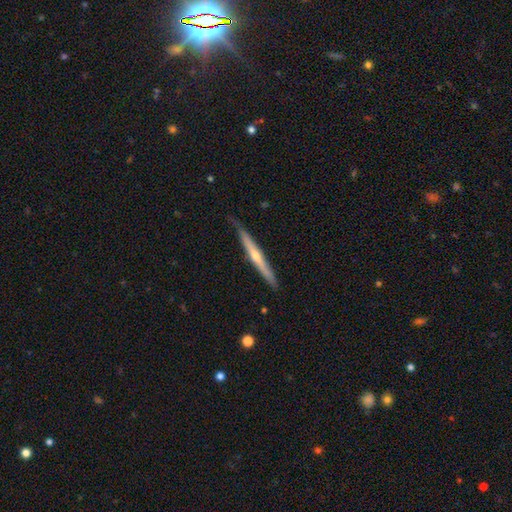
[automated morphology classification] smooth_or_featured: featured or disk (p=0.68) [alt: smooth p=0.27]
disk_edge_on: yes (p=0.97) [alt: no p=0.03]
edge_on_bulge: rounded (p=0.73) [alt: none p=0.24]
merging: none (p=0.79) [alt: minor disturbance p=0.17]